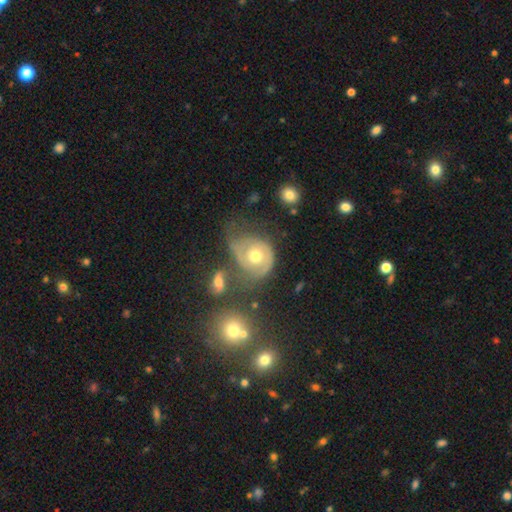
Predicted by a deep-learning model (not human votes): smooth_or_featured: featured or disk (p=0.67) [alt: smooth p=0.25]
disk_edge_on: no (p=0.97) [alt: yes p=0.03]
bar: no (p=0.81) [alt: weak p=0.16]
has_spiral_arms: yes (p=0.79) [alt: no p=0.21]
spiral_winding: tight (p=0.46) [alt: medium p=0.35]
spiral_arm_count: 2 (p=0.45) [alt: 1 p=0.31]
bulge_size: moderate (p=0.77) [alt: small p=0.10]
merging: none (p=0.34) [alt: major disturbance p=0.30]